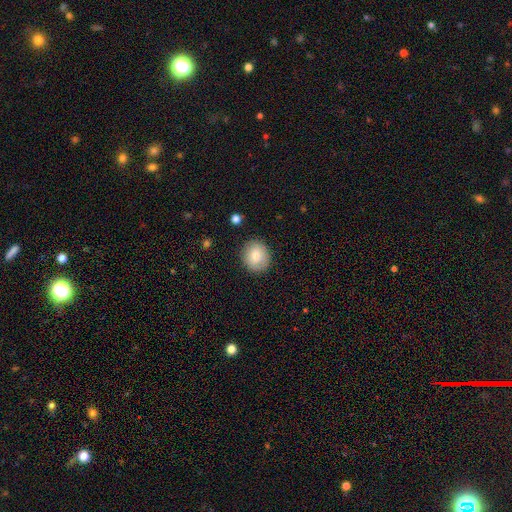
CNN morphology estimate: smooth_or_featured: smooth (p=0.79) [alt: featured or disk p=0.13]
how_rounded: round (p=0.77) [alt: in between p=0.22]
merging: none (p=0.88) [alt: minor disturbance p=0.08]